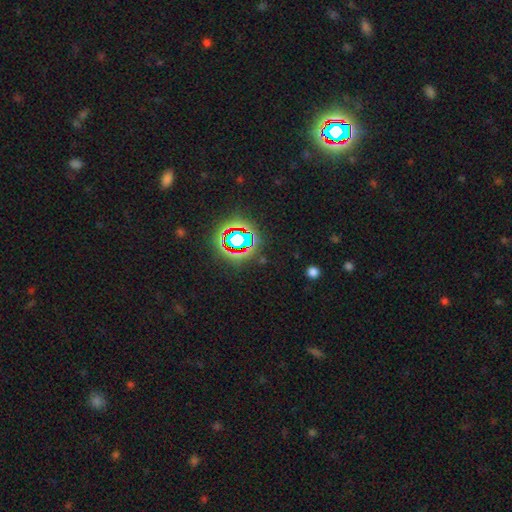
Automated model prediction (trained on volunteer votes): smooth-or-featured: star or artifact: 76% | smooth: 14% | featured or disk: 9%